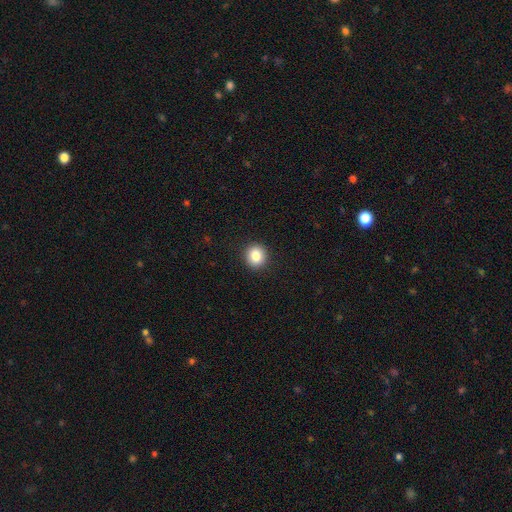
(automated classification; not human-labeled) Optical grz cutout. It shows a smooth galaxy with no disk features (85%) that is round (87%). Merging: none (92%).